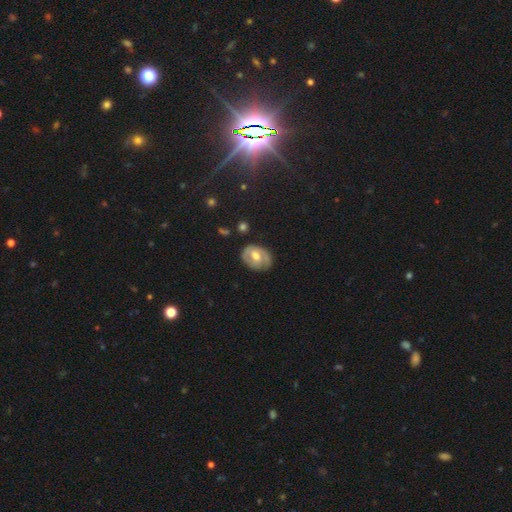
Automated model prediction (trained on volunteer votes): This appears to be a featured or disk galaxy (50%). Merging: none (69%).